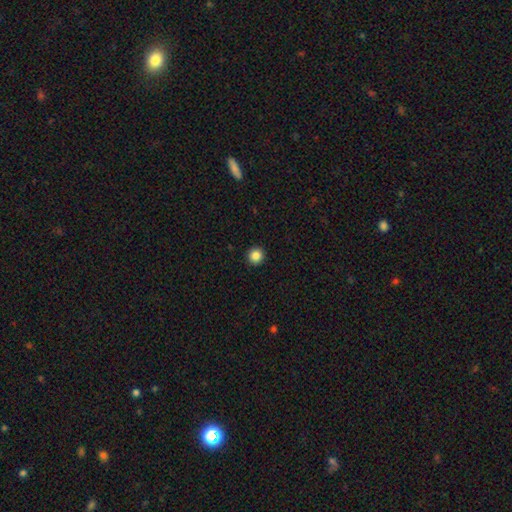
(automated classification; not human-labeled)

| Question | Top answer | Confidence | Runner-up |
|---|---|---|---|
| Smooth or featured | smooth | 86% | star or artifact (10%) |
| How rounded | round | 95% | in between (4%) |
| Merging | none | 94% | minor disturbance (4%) |